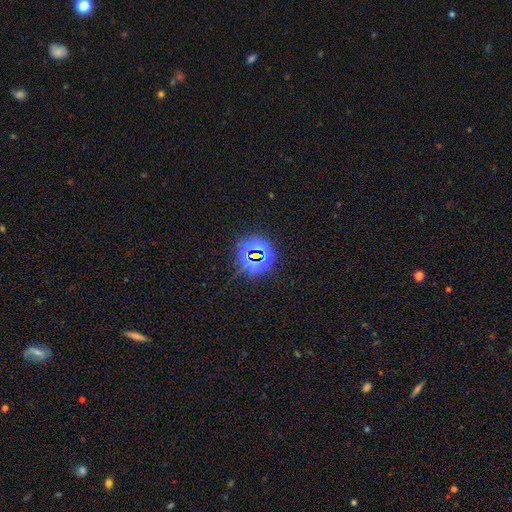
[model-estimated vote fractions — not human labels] smooth-or-featured: star or artifact: 73% | smooth: 18% | featured or disk: 9%